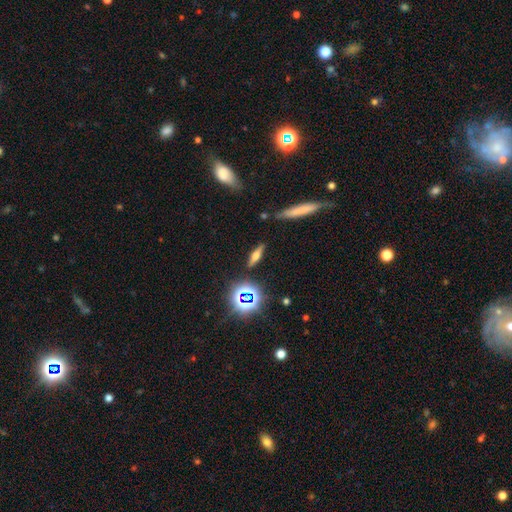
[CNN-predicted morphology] type=smooth (44%); merging=none (85%).